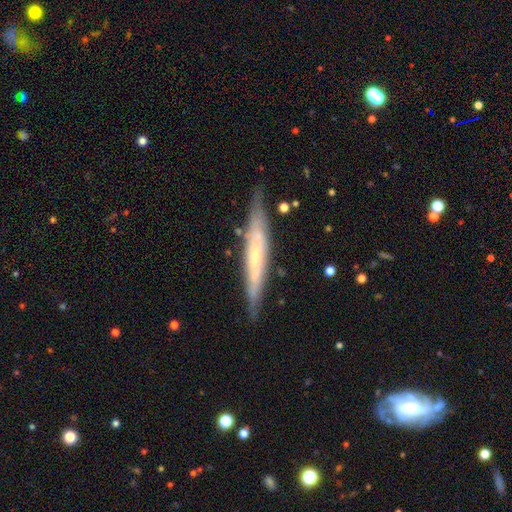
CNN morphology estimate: type=featured or disk (59%); edge-on=yes (87%); edge-on bulge=none (59%); merging=none (80%).